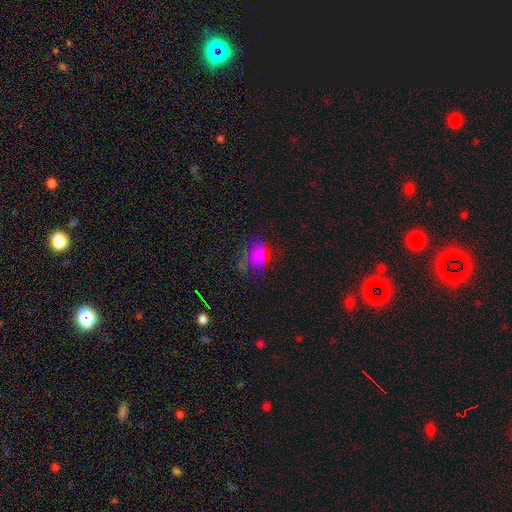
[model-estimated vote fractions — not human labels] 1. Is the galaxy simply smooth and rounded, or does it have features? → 62% smooth, 22% star or artifact, 16% featured or disk.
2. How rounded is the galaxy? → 66% in between, 32% round, 2% cigar-shaped.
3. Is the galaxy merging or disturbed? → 47% none, 26% minor disturbance, 23% major disturbance, 3% merger.